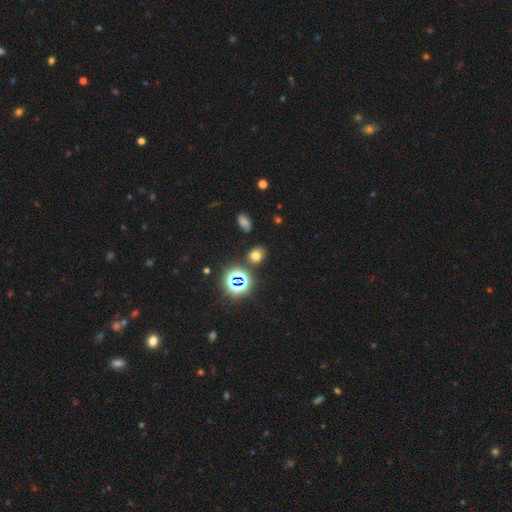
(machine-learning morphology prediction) smooth_or_featured: smooth (p=0.63) [alt: star or artifact p=0.29]
how_rounded: round (p=0.52) [alt: in between p=0.46]
merging: none (p=0.81) [alt: minor disturbance p=0.11]